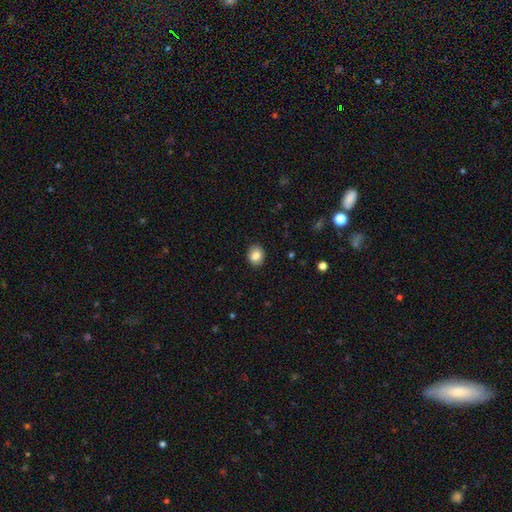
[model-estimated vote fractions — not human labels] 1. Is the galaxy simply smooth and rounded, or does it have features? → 85% smooth, 9% star or artifact, 7% featured or disk.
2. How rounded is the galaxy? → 62% round, 37% in between, 1% cigar-shaped.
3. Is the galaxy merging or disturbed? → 89% none, 8% minor disturbance, 2% major disturbance, 1% merger.